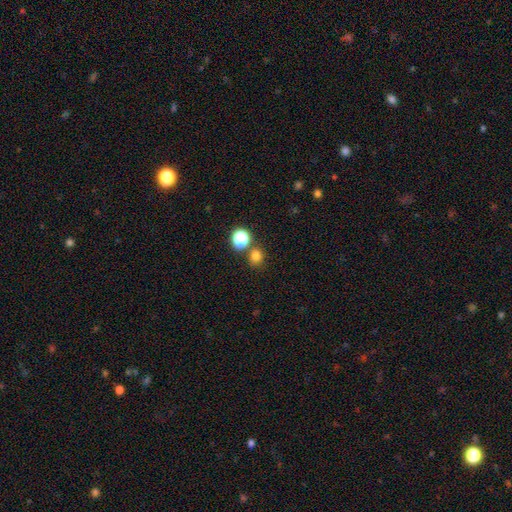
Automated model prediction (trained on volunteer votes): Smooth or featured? smooth (76%)
How rounded? round (82%)
Merging? none (77%)